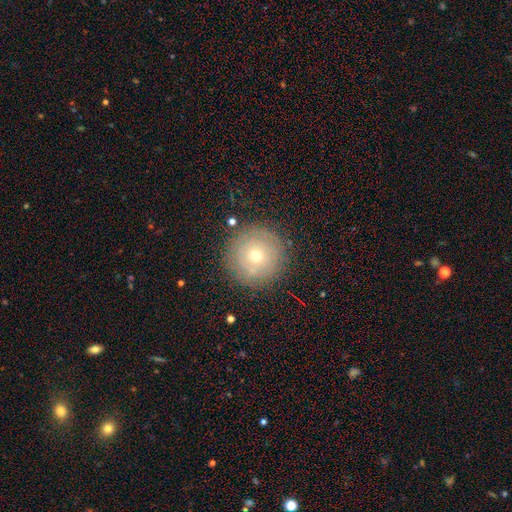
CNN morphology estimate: A smooth galaxy with no disk features (54%) that is round (96%). Merging: none (85%).